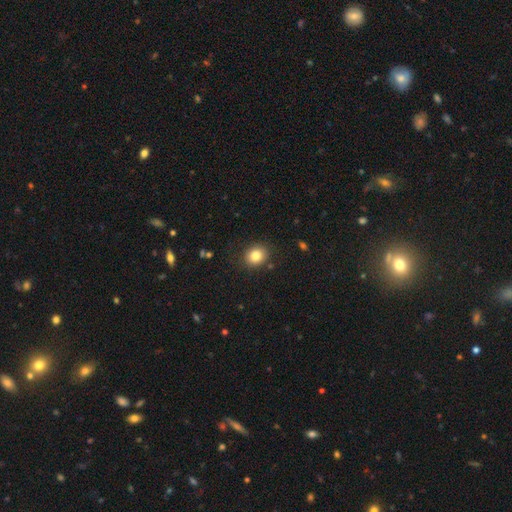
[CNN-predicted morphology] Q: Smooth or featured?
A: smooth (82%); runner-up: star or artifact (10%)
Q: How rounded?
A: round (68%); runner-up: in between (32%)
Q: Merging?
A: none (87%); runner-up: minor disturbance (9%)